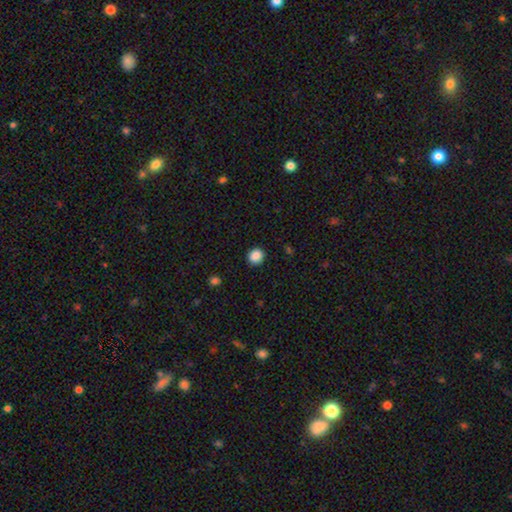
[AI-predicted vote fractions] This is clearly a smooth galaxy (88%). How rounded: likely round (77%). Merging: clearly none (90%).